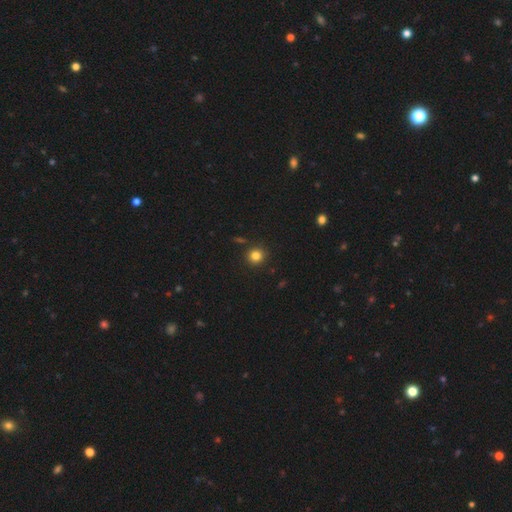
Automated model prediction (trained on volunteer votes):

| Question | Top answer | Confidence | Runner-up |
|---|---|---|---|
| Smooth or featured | smooth | 82% | star or artifact (13%) |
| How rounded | round | 93% | in between (6%) |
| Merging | none | 88% | minor disturbance (7%) |